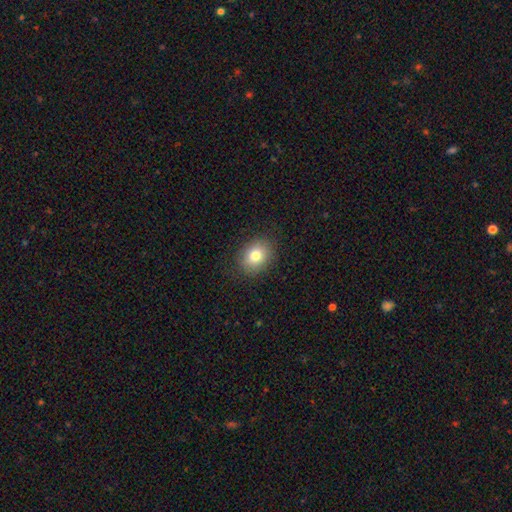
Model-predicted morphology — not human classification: This appears to be a smooth galaxy with no disk features (80%) that is round (51%). Merging: none (87%).